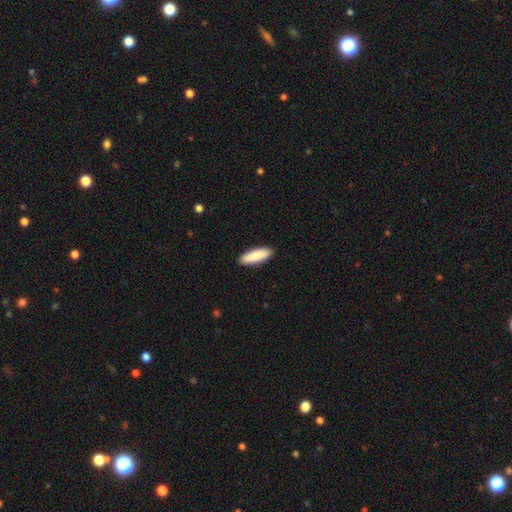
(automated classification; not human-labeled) Morphology: type=smooth (87%); roundness=in between (51%); merging=none (91%).